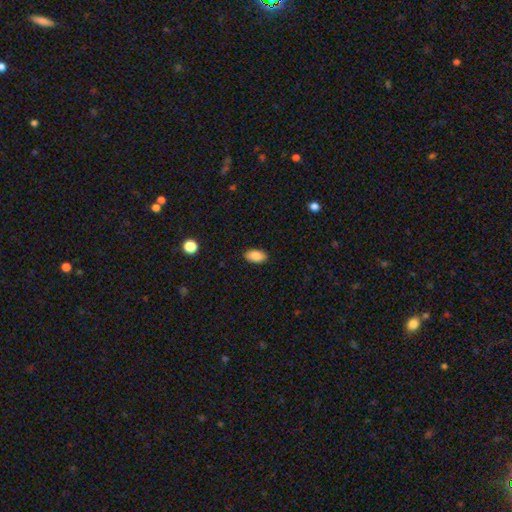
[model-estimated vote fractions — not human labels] This is clearly a smooth galaxy (87%). How rounded: clearly in between (93%). Merging: clearly none (88%).